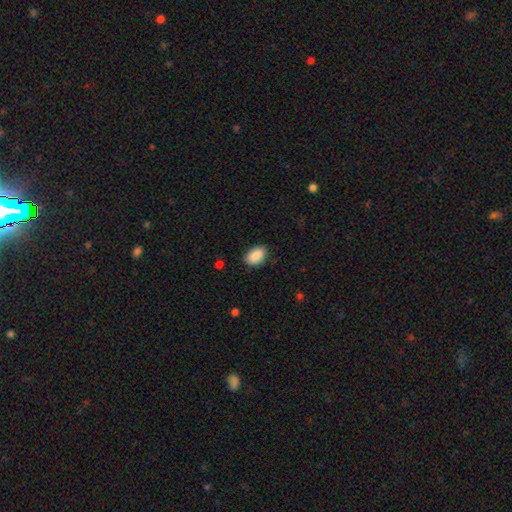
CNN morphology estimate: A smooth galaxy with no disk features (89%) that is in between round and cigar-shaped (87%).

Vote fractions:
- Smooth or featured? smooth: 89% / star or artifact: 7% / featured or disk: 4%
- How rounded? in between: 87% / round: 12% / cigar-shaped: 1%
- Merging? none: 84% / minor disturbance: 12% / major disturbance: 3% / merger: 1%